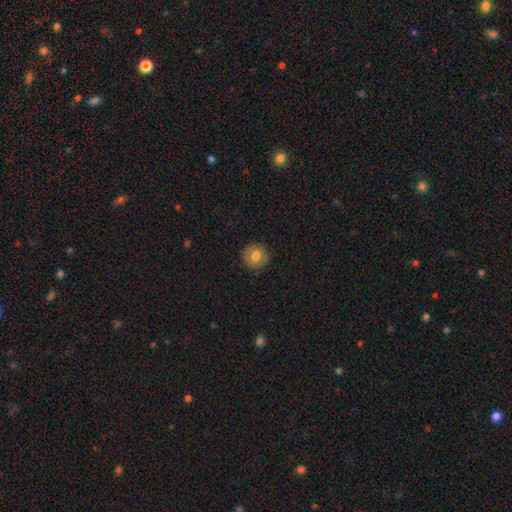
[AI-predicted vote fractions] Smooth or featured?
  - smooth: 73% *
  - featured or disk: 18%
  - star or artifact: 9%
How rounded?
  - round: 94% *
  - in between: 5%
  - cigar-shaped: 1%
Merging?
  - none: 90% *
  - minor disturbance: 8%
  - major disturbance: 2%
  - merger: 1%